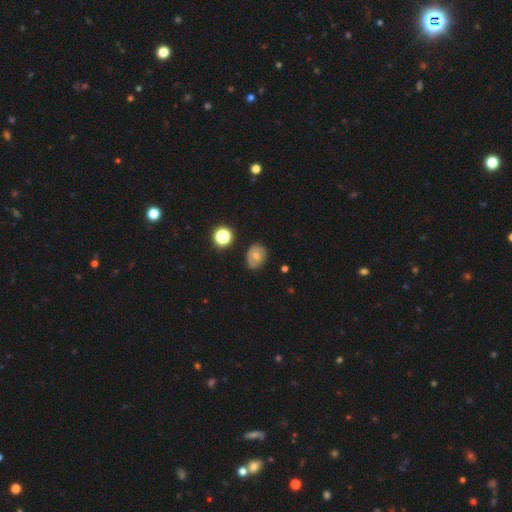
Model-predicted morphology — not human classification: Smooth or featured?
  - smooth: 62% *
  - featured or disk: 26%
  - star or artifact: 12%
How rounded?
  - in between: 51% *
  - round: 48%
  - cigar-shaped: 1%
Merging?
  - none: 75% *
  - minor disturbance: 19%
  - major disturbance: 4%
  - merger: 2%